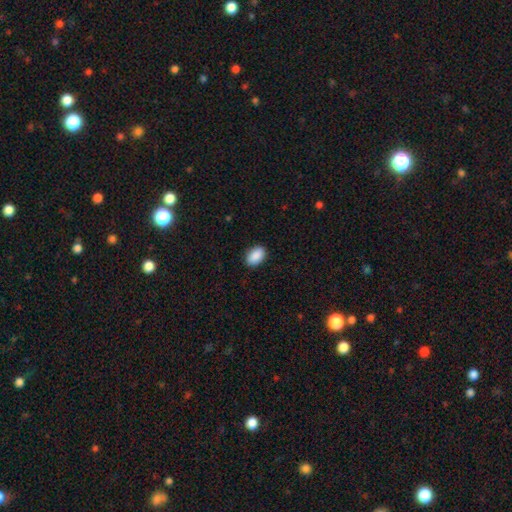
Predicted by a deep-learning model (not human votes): smooth_or_featured: smooth (p=0.91) [alt: star or artifact p=0.07]
how_rounded: in between (p=0.90) [alt: round p=0.08]
merging: none (p=0.89) [alt: minor disturbance p=0.08]